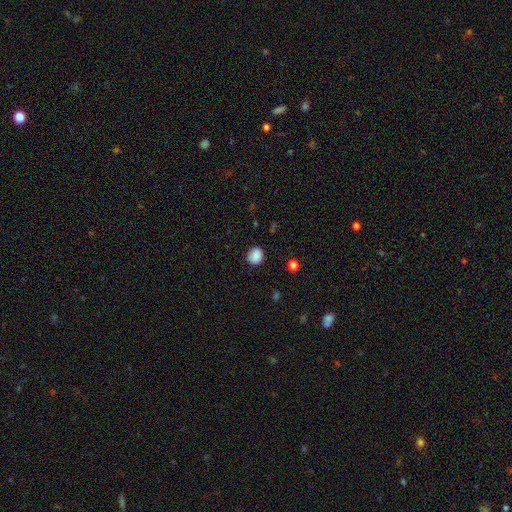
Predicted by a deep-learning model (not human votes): smooth 87%, star or artifact 9%, featured or disk 4%. Down the decision tree: how rounded — round (82%); merging — none (83%).